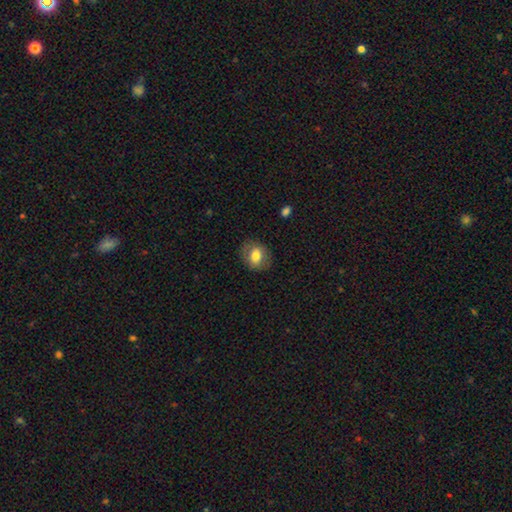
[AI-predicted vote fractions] A smooth galaxy with no disk features (75%) that is in between round and cigar-shaped (52%).

Vote fractions:
- Smooth or featured? smooth: 75% / featured or disk: 18% / star or artifact: 8%
- How rounded? in between: 52% / round: 47% / cigar-shaped: 1%
- Merging? none: 82% / minor disturbance: 12% / major disturbance: 4% / merger: 1%